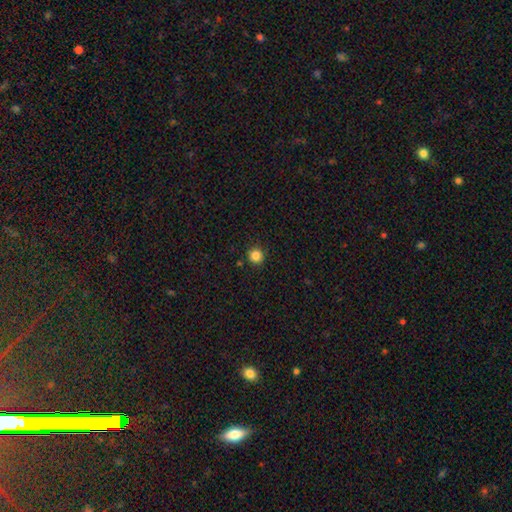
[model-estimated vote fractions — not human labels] Overall: smooth (84%). How rounded: round (94%). Merging: none (90%).